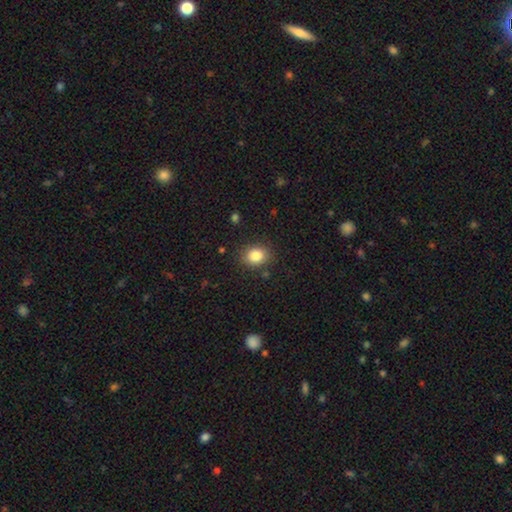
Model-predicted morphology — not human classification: A smooth galaxy with no disk features (84%) that is round (54%). Merging: none (86%).